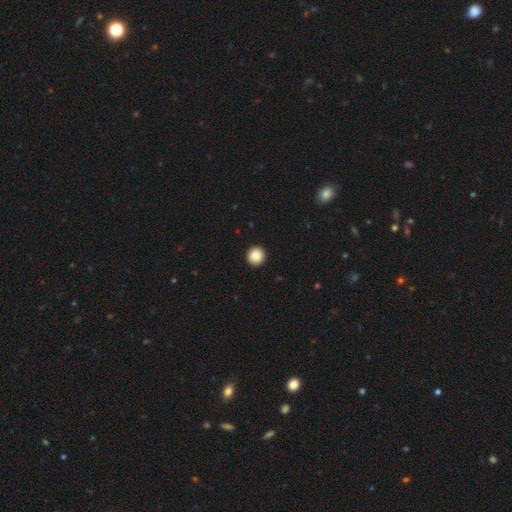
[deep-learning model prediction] Overall: smooth (89%). How rounded: round (93%). Merging: none (92%).